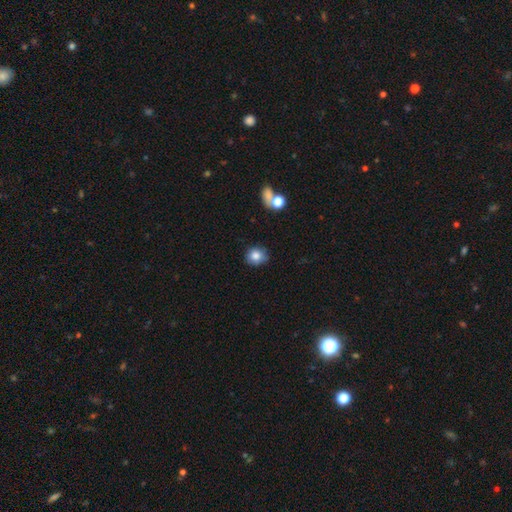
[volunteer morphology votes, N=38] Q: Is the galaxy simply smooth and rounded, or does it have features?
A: smooth — 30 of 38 (79%).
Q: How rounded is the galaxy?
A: round — 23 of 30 (77%).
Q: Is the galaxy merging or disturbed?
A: none — 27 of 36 (75%).